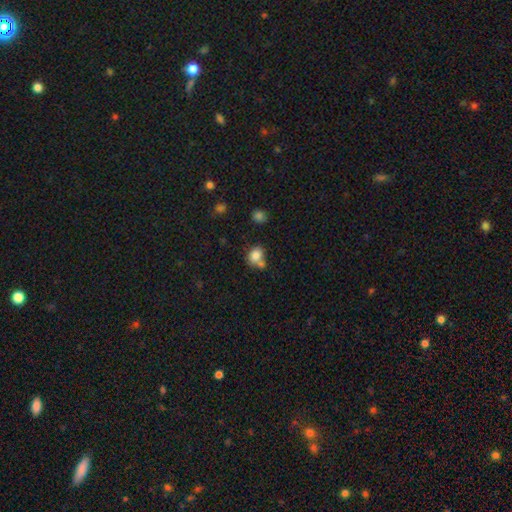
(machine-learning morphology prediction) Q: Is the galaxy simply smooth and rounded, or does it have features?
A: smooth — 82%.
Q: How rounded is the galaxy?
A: round — 56%.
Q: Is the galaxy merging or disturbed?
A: none — 48%.